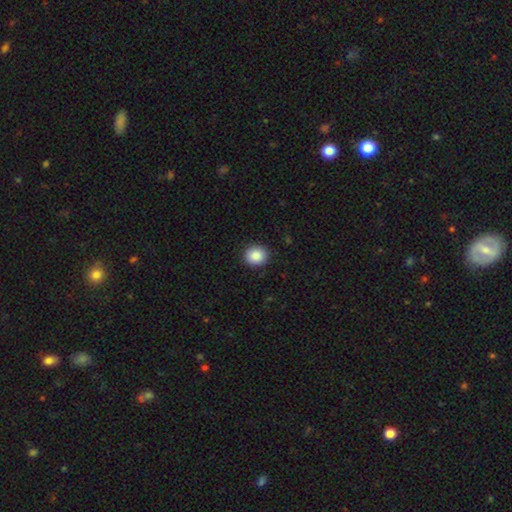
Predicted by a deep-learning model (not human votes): smooth_or_featured: smooth (p=0.88) [alt: star or artifact p=0.08]
how_rounded: round (p=0.79) [alt: in between p=0.21]
merging: none (p=0.91) [alt: minor disturbance p=0.06]